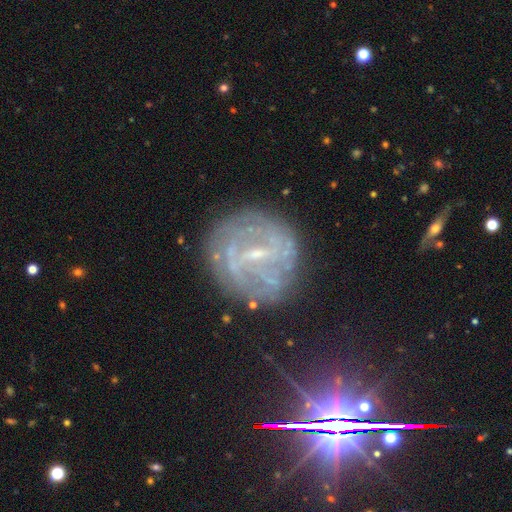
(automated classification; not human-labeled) smooth-or-featured: featured or disk: 77% | star or artifact: 13% | smooth: 11%
  disk-edge-on: no: 96% | yes: 4%
    bar: weak: 44% | strong: 42% | no: 14%
    has-spiral-arms: yes: 80% | no: 20%
      spiral-winding: tight: 53% | medium: 31% | loose: 16%
      spiral-arm-count: can't tell: 44% | 2: 30% | 3: 9% | 4: 6% | 1: 5% | more than 4: 5%
    bulge-size: small: 74% | moderate: 13% | none: 10% | large: 1% | dominant: 1%
  merging: none: 77% | minor disturbance: 14% | major disturbance: 7% | merger: 2%